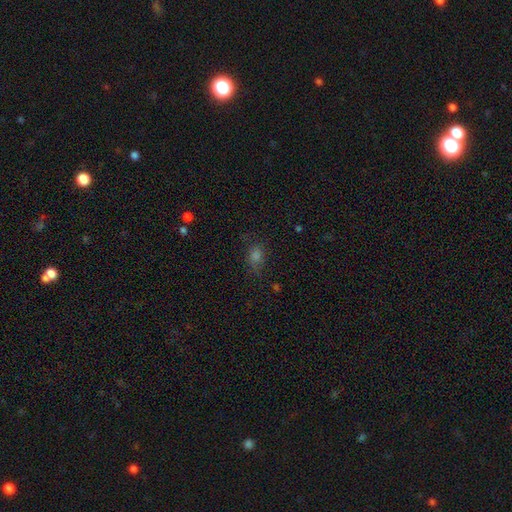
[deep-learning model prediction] Smooth or featured? Predicted: smooth (p=0.65). How rounded? Predicted: in between (p=0.54). Merging? Predicted: none (p=0.70).